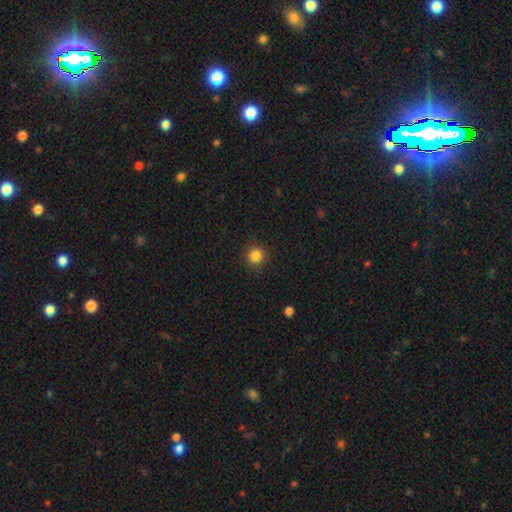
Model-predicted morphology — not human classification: This appears to be a smooth galaxy with no disk features (85%) that is round (94%). Merging: none (90%).